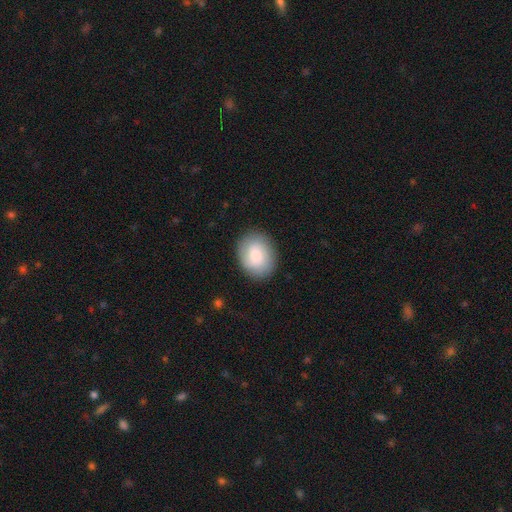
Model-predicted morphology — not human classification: The model was most divided on "how rounded": in between: 57%, round: 42%, cigar-shaped: 1%. More confident: merging — none (86%); smooth or featured — smooth (78%).